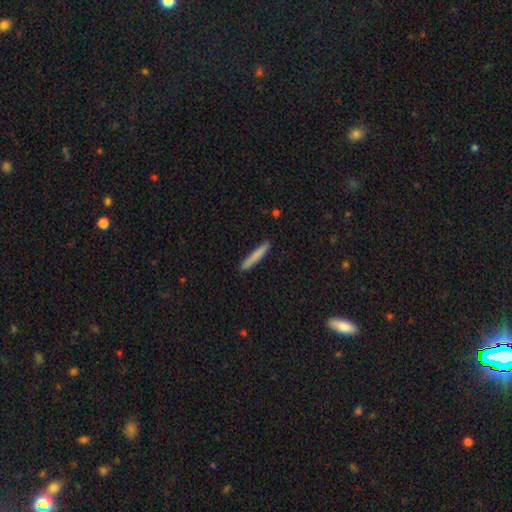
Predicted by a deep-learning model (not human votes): smooth-or-featured: smooth: 78% | featured or disk: 16% | star or artifact: 6%
  how-rounded: cigar-shaped: 95% | in between: 3% | round: 1%
  merging: none: 90% | minor disturbance: 7% | major disturbance: 2% | merger: 1%